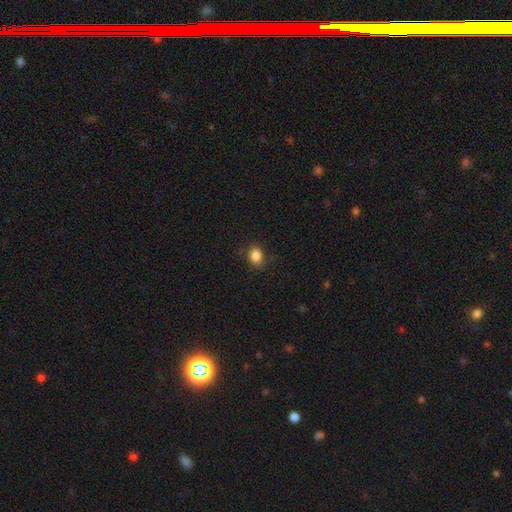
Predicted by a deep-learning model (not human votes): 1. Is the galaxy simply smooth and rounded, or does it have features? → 86% smooth, 10% star or artifact, 4% featured or disk.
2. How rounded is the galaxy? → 56% in between, 43% round, 1% cigar-shaped.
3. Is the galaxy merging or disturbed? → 84% none, 12% minor disturbance, 3% major disturbance, 1% merger.